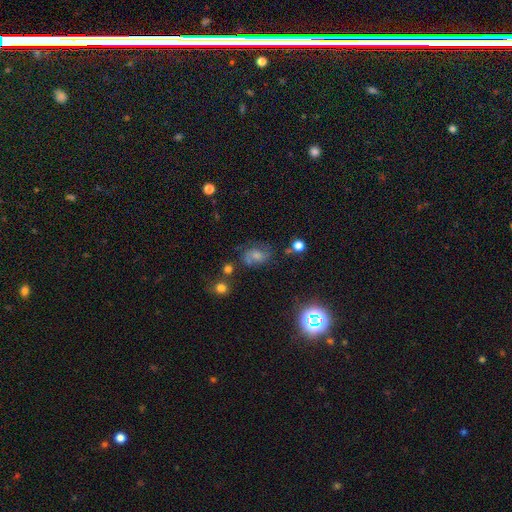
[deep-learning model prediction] smooth 50%, featured or disk 31%, star or artifact 19%. Down the decision tree: how rounded — in between (69%); merging — none (53%).